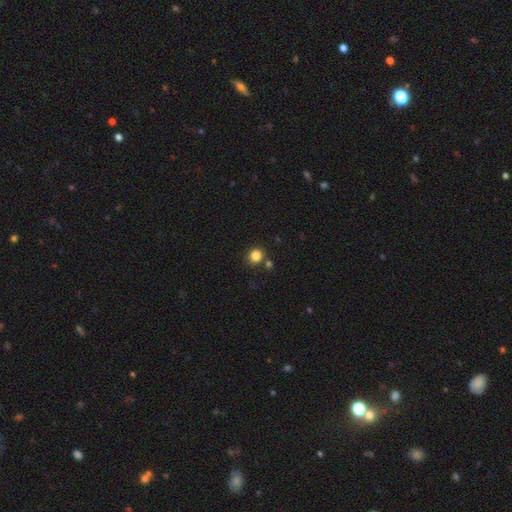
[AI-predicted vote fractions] A smooth galaxy with no disk features (84%) that is round (87%). Merging: none (79%).